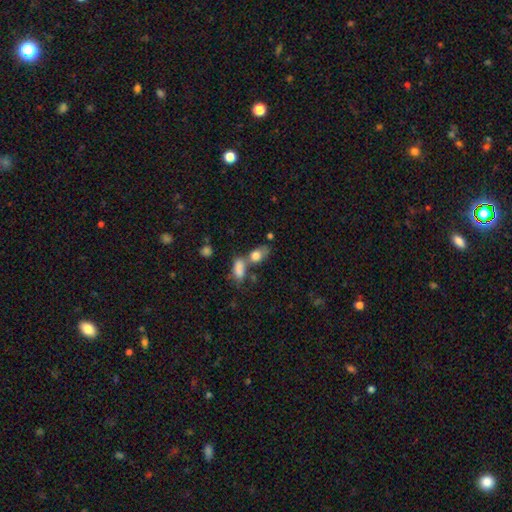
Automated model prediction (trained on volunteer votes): A smooth galaxy with no disk features (78%) that is in between round and cigar-shaped (79%).

Vote fractions:
- Smooth or featured? smooth: 78% / featured or disk: 13% / star or artifact: 9%
- How rounded? in between: 79% / round: 16% / cigar-shaped: 5%
- Merging? merger: 44% / none: 35% / minor disturbance: 13% / major disturbance: 8%